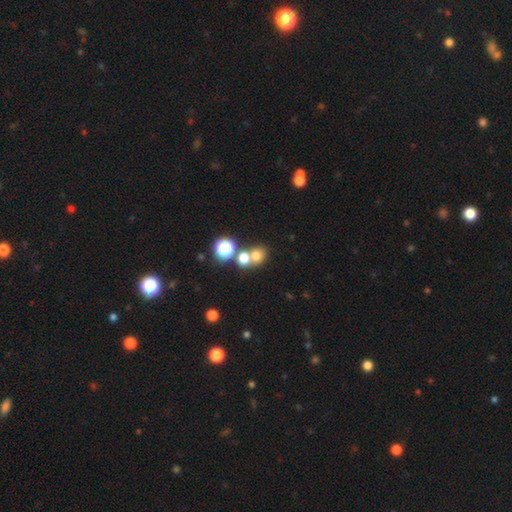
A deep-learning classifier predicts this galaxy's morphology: This appears to be a smooth galaxy with no disk features (69%) that is round (72%). Merging: none (46%).